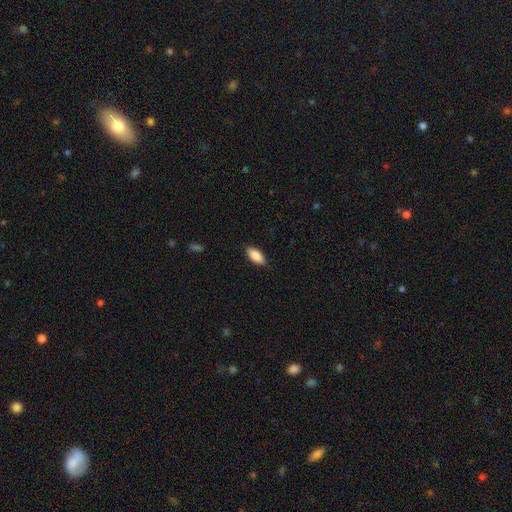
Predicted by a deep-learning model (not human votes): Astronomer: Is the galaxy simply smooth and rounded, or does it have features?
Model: smooth — 88%.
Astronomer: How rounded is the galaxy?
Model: in between — 87%.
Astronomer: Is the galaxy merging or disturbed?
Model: none — 86%.